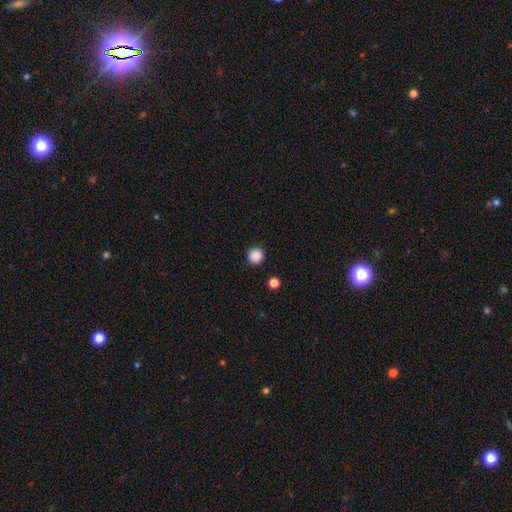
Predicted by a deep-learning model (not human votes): Smooth or featured?
  - smooth: 87% *
  - star or artifact: 10%
  - featured or disk: 2%
How rounded?
  - round: 95% *
  - in between: 4%
  - cigar-shaped: 1%
Merging?
  - none: 93% *
  - minor disturbance: 4%
  - major disturbance: 2%
  - merger: 1%